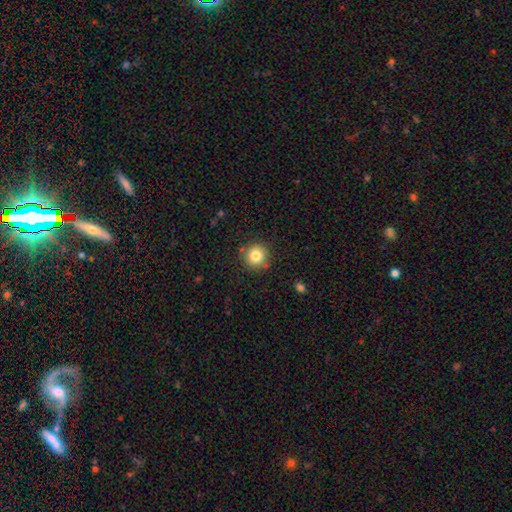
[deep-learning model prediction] Smooth or featured? smooth (81%)
How rounded? round (93%)
Merging? none (86%)